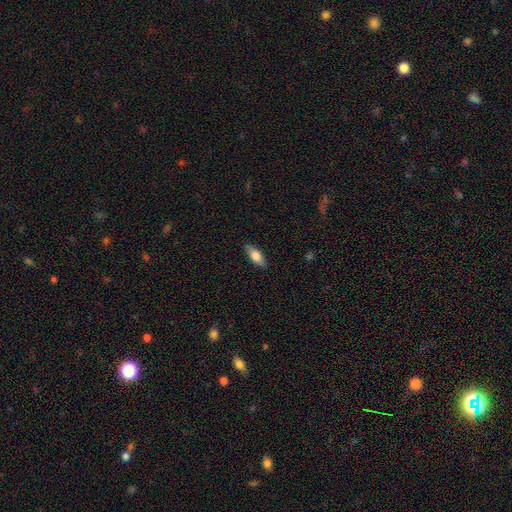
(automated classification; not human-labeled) This appears to be a smooth galaxy with no disk features (71%) that is in between round and cigar-shaped (72%). Merging: none (86%).